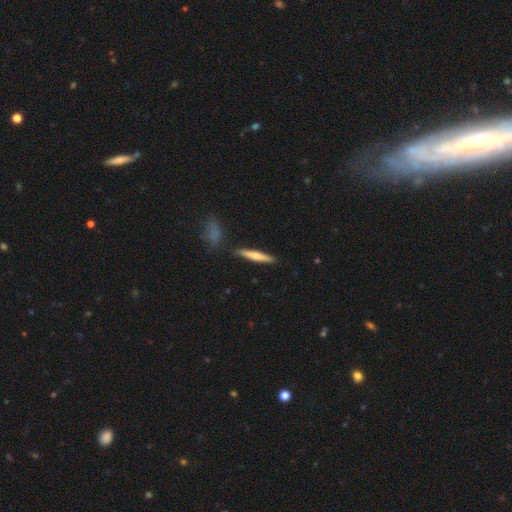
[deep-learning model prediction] Overall: smooth (60%; featured or disk 35%). How rounded: cigar-shaped (92%). Merging: none (86%).